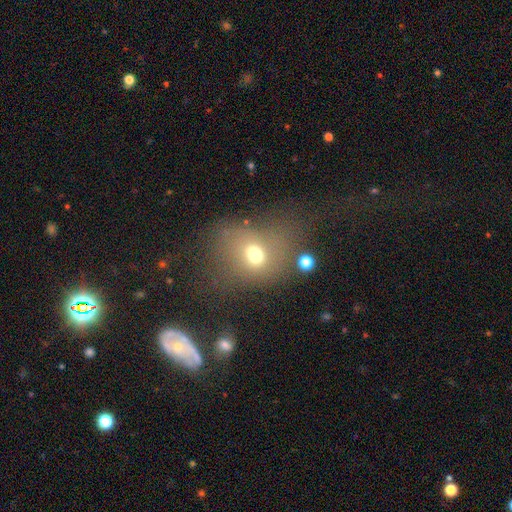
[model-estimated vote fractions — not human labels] Smooth or featured: smooth — 61% (featured or disk — 21%)
How rounded: in between — 57% (round — 41%)
Merging: none — 48% (minor disturbance — 19%)